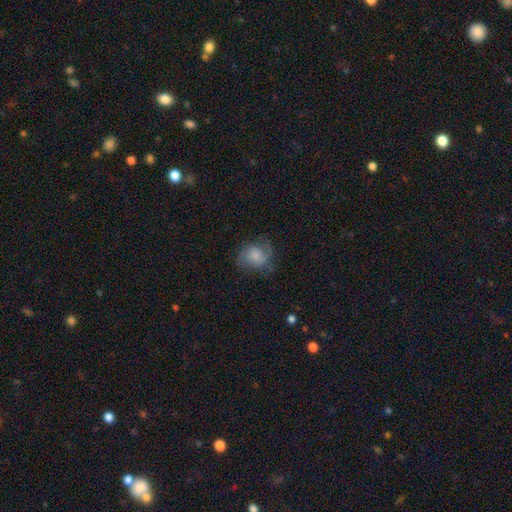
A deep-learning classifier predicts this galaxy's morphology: Smooth or featured: smooth — 49% (featured or disk — 42%)
Merging: none — 59% (minor disturbance — 23%)